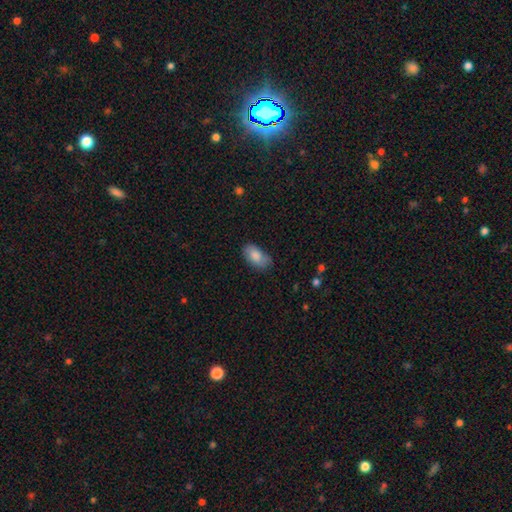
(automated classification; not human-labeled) Overall: smooth (84%). How rounded: in between (94%). Merging: none (70%).